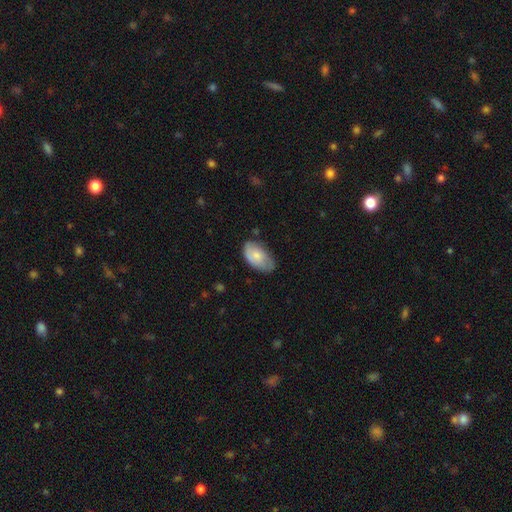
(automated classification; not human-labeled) Smooth or featured: smooth — 73% (featured or disk — 21%)
How rounded: in between — 94% (round — 4%)
Merging: none — 59% (minor disturbance — 32%)